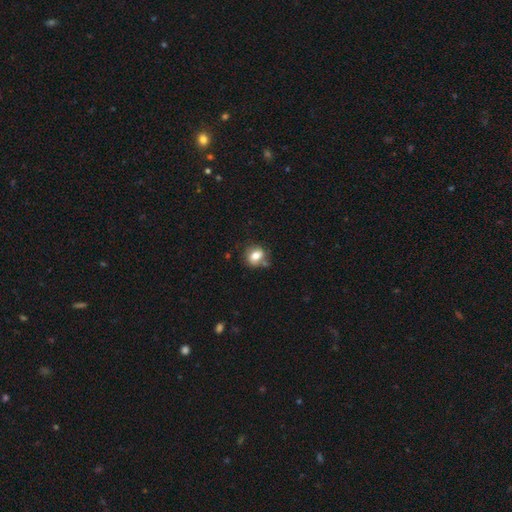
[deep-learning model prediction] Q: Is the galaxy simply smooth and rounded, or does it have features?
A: smooth — 74%.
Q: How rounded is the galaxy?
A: round — 50%.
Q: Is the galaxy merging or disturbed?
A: none — 59%.